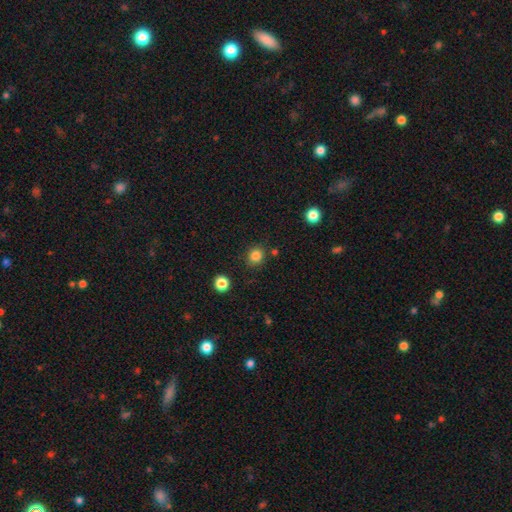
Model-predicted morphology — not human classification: A smooth galaxy with no disk features (83%) that is round (79%). Merging: none (85%).